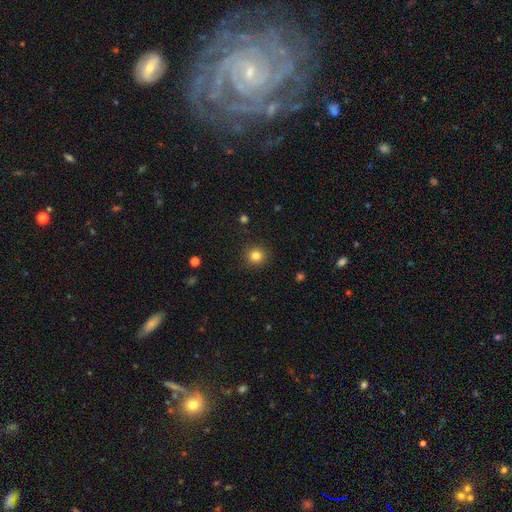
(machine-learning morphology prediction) The model was most divided on "smooth or featured": smooth: 83%, star or artifact: 12%, featured or disk: 5%. More confident: how rounded — round (93%); merging — none (90%).